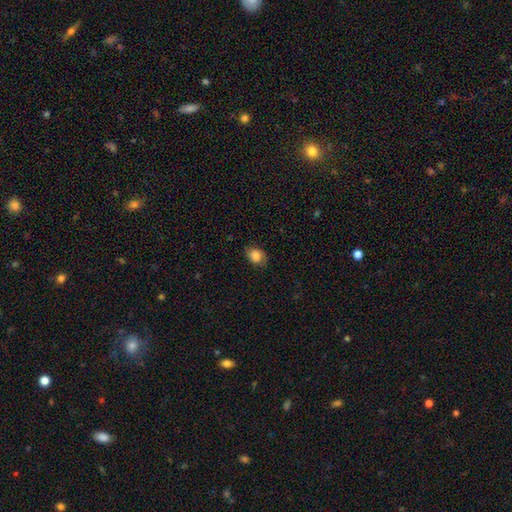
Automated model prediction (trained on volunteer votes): smooth-or-featured: smooth: 83% | star or artifact: 9% | featured or disk: 8%
  how-rounded: in between: 58% | round: 41% | cigar-shaped: 1%
  merging: none: 78% | minor disturbance: 18% | major disturbance: 4% | merger: 1%